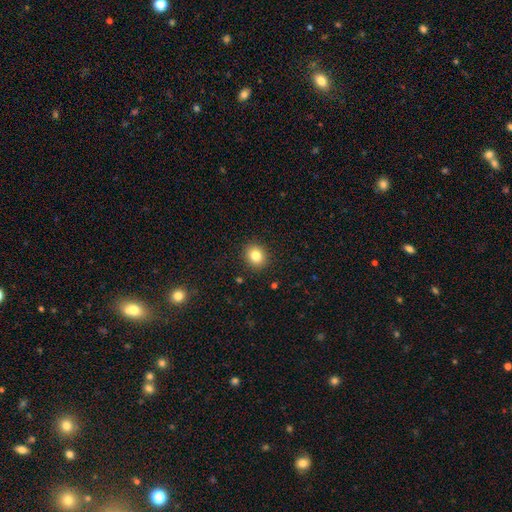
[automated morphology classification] Q: Smooth or featured?
A: smooth (82%); runner-up: star or artifact (11%)
Q: How rounded?
A: round (75%); runner-up: in between (24%)
Q: Merging?
A: none (90%); runner-up: minor disturbance (7%)